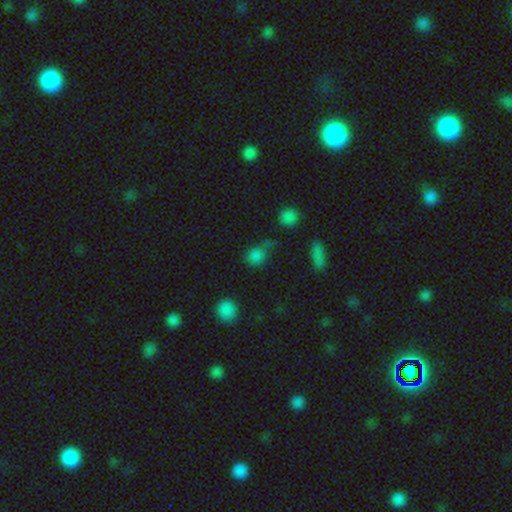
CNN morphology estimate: The model was most divided on "merging": none: 59%, minor disturbance: 17%, merger: 15%, major disturbance: 9%. More confident: smooth or featured — smooth (74%); how rounded — round (73%).